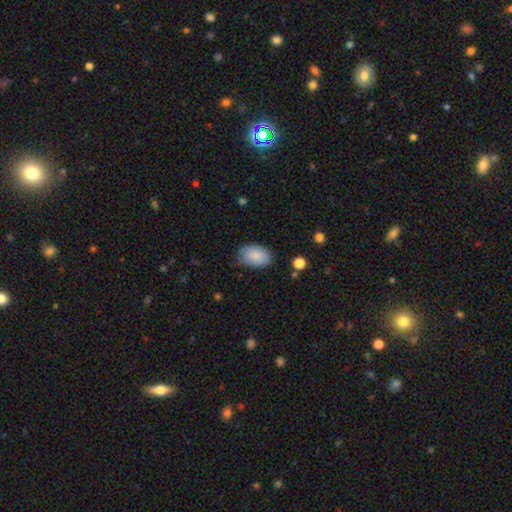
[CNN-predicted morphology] smooth 87%, featured or disk 7%, star or artifact 7%. Down the decision tree: how rounded — in between (90%); merging — none (75%).